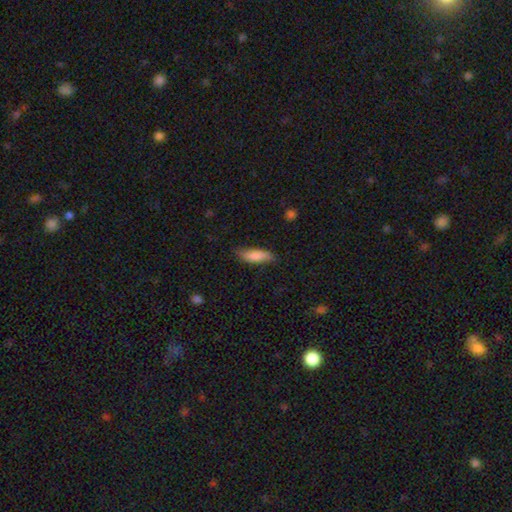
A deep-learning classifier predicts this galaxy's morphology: type=smooth (82%); roundness=in between (51%); merging=none (76%).